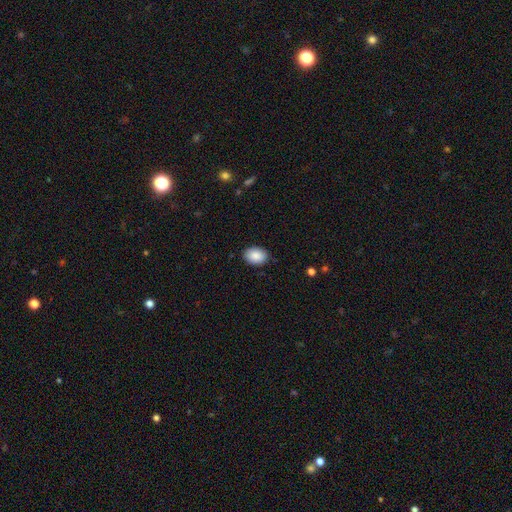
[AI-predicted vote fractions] A smooth galaxy with no disk features (89%) that is in between round and cigar-shaped (76%).

Vote fractions:
- Smooth or featured? smooth: 89% / star or artifact: 7% / featured or disk: 4%
- How rounded? in between: 76% / round: 23% / cigar-shaped: 1%
- Merging? none: 87% / minor disturbance: 9% / major disturbance: 2% / merger: 1%